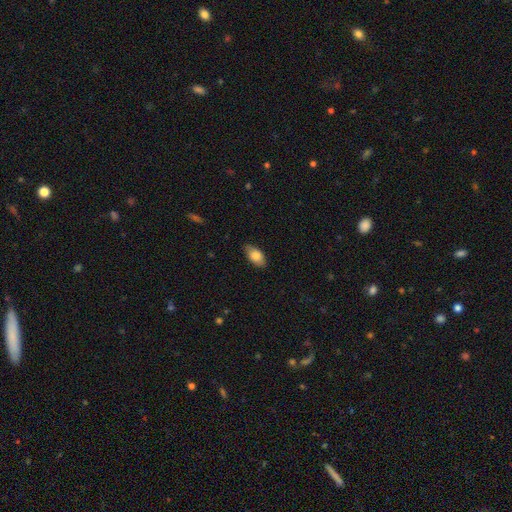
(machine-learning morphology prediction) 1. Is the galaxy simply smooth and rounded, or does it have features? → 83% smooth, 11% featured or disk, 6% star or artifact.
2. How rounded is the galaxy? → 91% in between, 5% cigar-shaped, 4% round.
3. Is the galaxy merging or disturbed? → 82% none, 14% minor disturbance, 2% major disturbance, 1% merger.